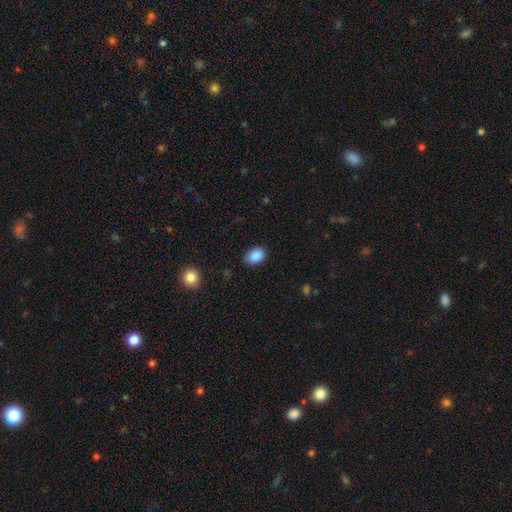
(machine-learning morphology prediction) A smooth galaxy with no disk features (89%) that is in between round and cigar-shaped (78%).

Vote fractions:
- Smooth or featured? smooth: 89% / star or artifact: 8% / featured or disk: 3%
- How rounded? in between: 78% / round: 21% / cigar-shaped: 1%
- Merging? none: 84% / minor disturbance: 12% / major disturbance: 3% / merger: 1%